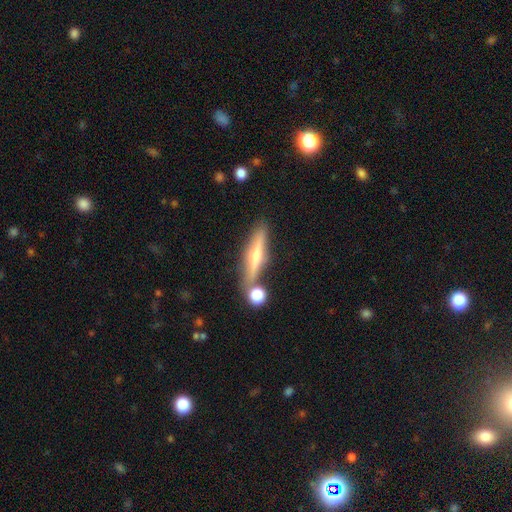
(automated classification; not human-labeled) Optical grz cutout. It shows a featured or disk galaxy (57%) viewed edge-on (94%) with a rounded central bulge (80%). Merging: none (79%).